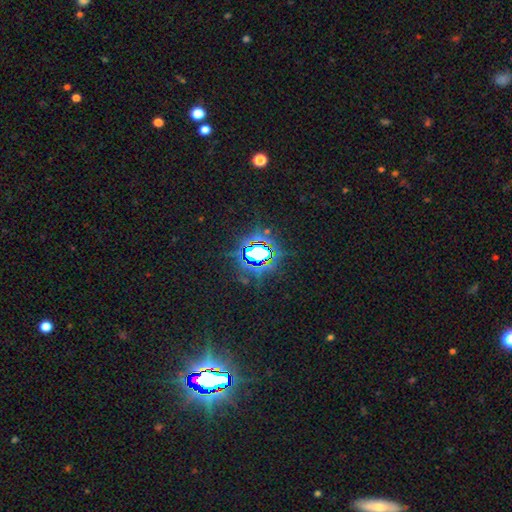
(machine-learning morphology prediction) Q: Smooth or featured?
A: star or artifact (77%); runner-up: smooth (13%)